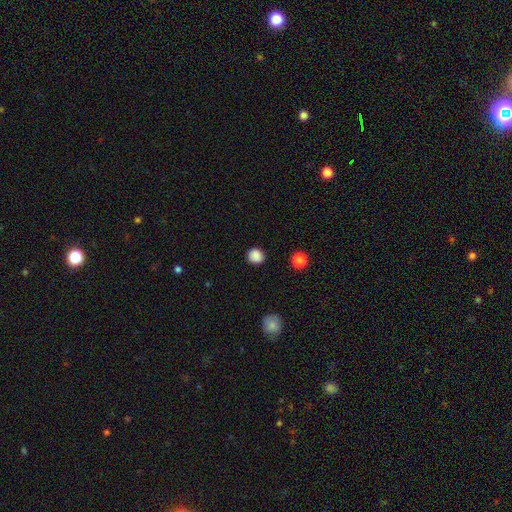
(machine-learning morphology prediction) Smooth or featured?
  - smooth: 87% *
  - star or artifact: 10%
  - featured or disk: 3%
How rounded?
  - round: 86% *
  - in between: 13%
  - cigar-shaped: 1%
Merging?
  - none: 89% *
  - minor disturbance: 8%
  - major disturbance: 2%
  - merger: 1%